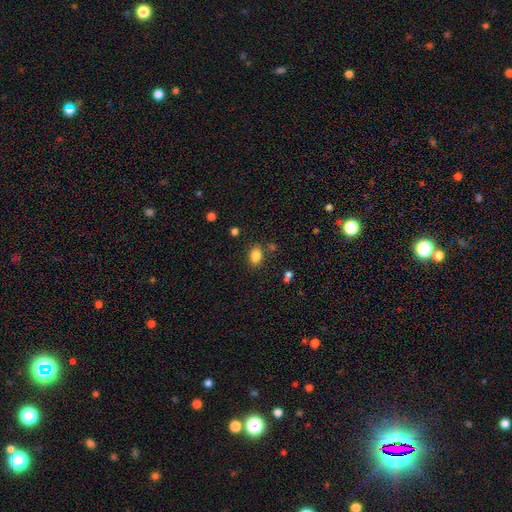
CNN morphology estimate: smooth_or_featured: smooth (p=0.85) [alt: star or artifact p=0.10]
how_rounded: in between (p=0.77) [alt: round p=0.22]
merging: none (p=0.79) [alt: minor disturbance p=0.12]